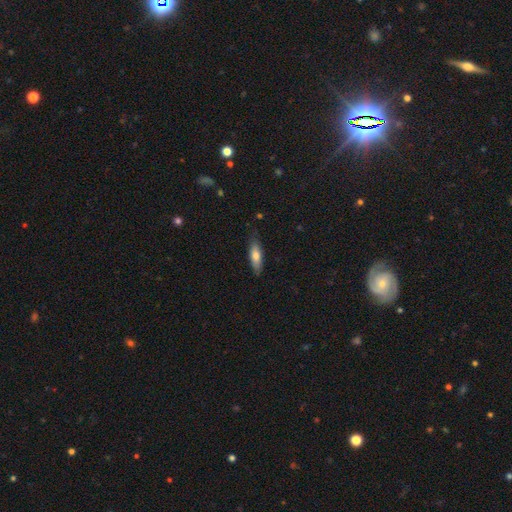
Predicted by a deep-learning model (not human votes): smooth_or_featured: smooth (p=0.72) [alt: featured or disk p=0.22]
how_rounded: in between (p=0.49) [tied with: cigar-shaped p=0.49]
merging: none (p=0.79) [alt: minor disturbance p=0.17]